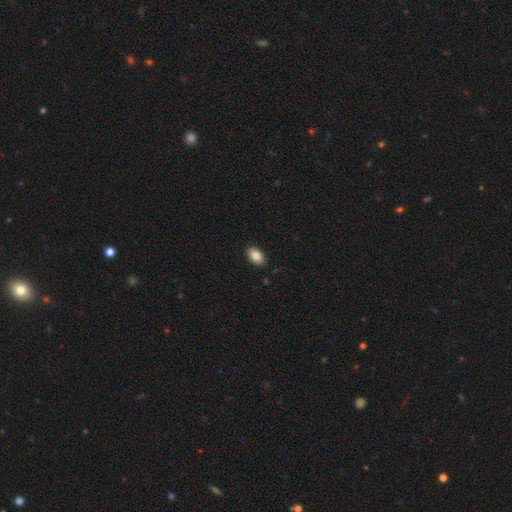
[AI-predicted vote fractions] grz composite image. It shows a smooth galaxy with no disk features (85%) that is in between round and cigar-shaped (92%). Merging: none (89%).